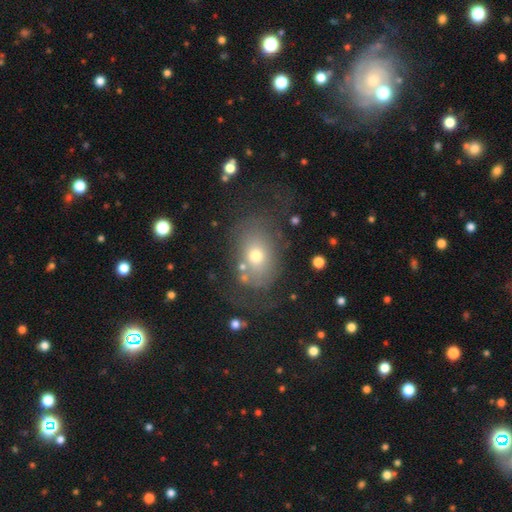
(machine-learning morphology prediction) Overall: smooth (60%; featured or disk 27%). How rounded: in between (61%; round 38%). Merging: none (55%; major disturbance 21%).